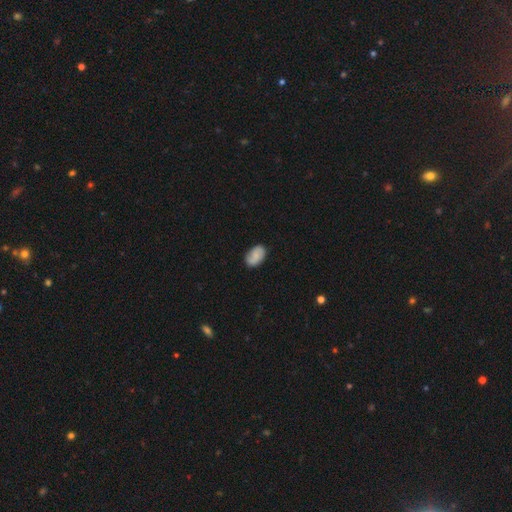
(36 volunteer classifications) This appears to be a smooth galaxy with no disk features (56%) that is in between round and cigar-shaped (95%). Merging: none (74%).